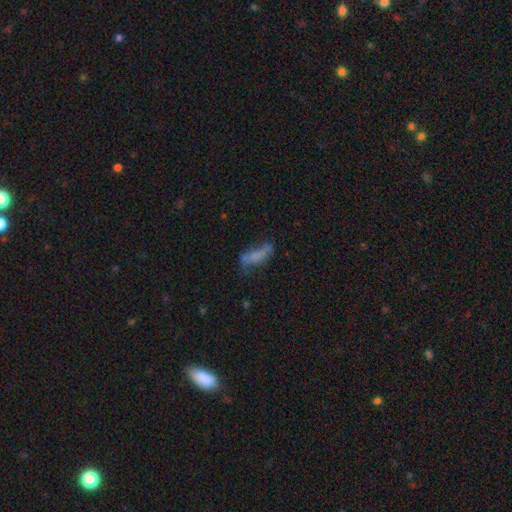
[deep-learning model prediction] This appears to be a smooth galaxy with no disk features (60%) that is in between round and cigar-shaped (52%). Merging: none (41%).